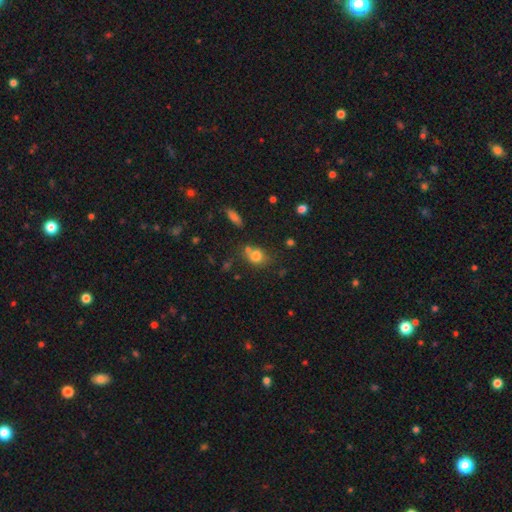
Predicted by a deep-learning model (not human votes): Morphology: type=smooth (77%); roundness=round (53%); merging=none (51%).